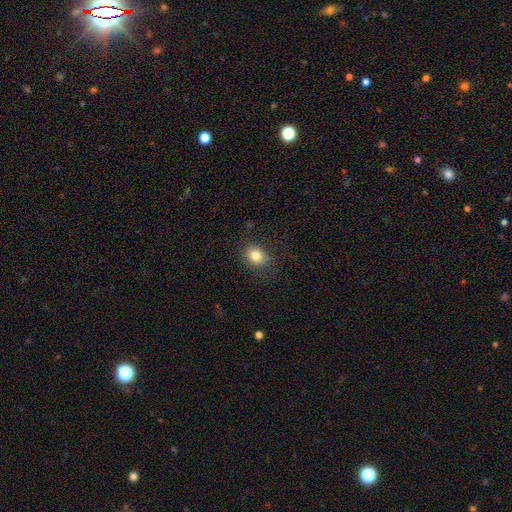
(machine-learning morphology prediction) Smooth or featured? smooth (82%)
How rounded? round (53%)
Merging? none (81%)